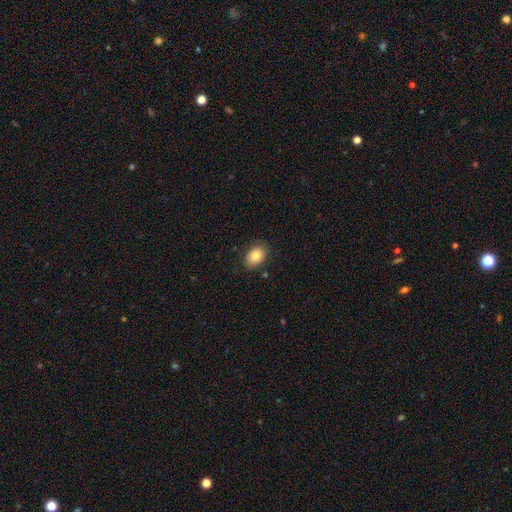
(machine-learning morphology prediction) The model was most divided on "how rounded": in between: 76%, round: 23%, cigar-shaped: 1%. More confident: smooth or featured — smooth (84%); merging — none (83%).